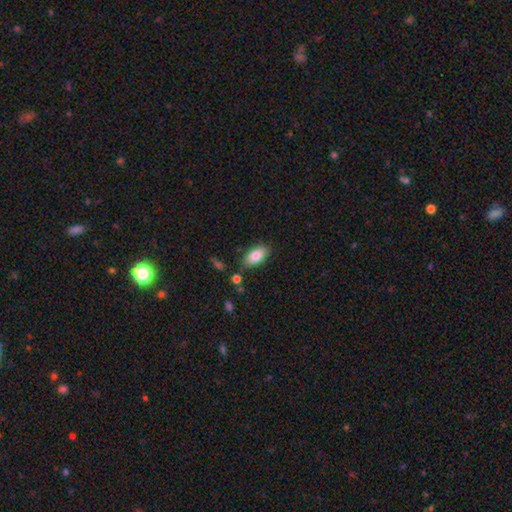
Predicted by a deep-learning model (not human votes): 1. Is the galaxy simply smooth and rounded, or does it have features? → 83% smooth, 10% featured or disk, 7% star or artifact.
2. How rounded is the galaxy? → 92% in between, 4% cigar-shaped, 4% round.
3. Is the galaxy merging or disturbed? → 80% none, 13% minor disturbance, 4% merger, 3% major disturbance.